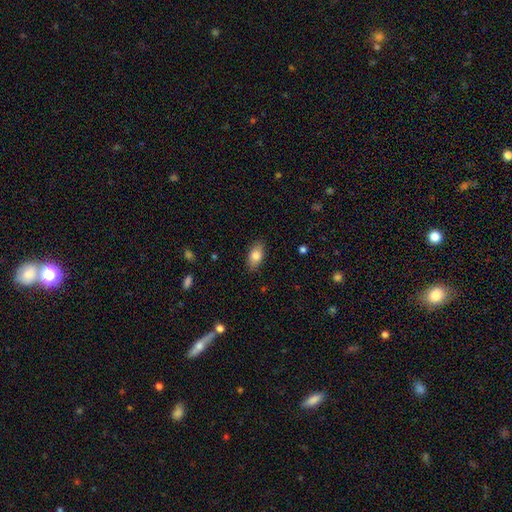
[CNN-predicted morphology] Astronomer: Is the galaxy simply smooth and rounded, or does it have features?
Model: smooth — 80%.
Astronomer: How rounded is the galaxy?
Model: in between — 90%.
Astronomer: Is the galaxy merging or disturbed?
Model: none — 87%.